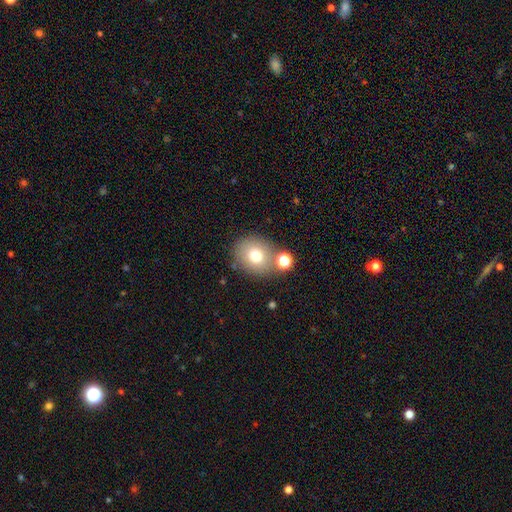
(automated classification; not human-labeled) Smooth or featured? smooth (73%)
How rounded? round (74%)
Merging? none (72%)